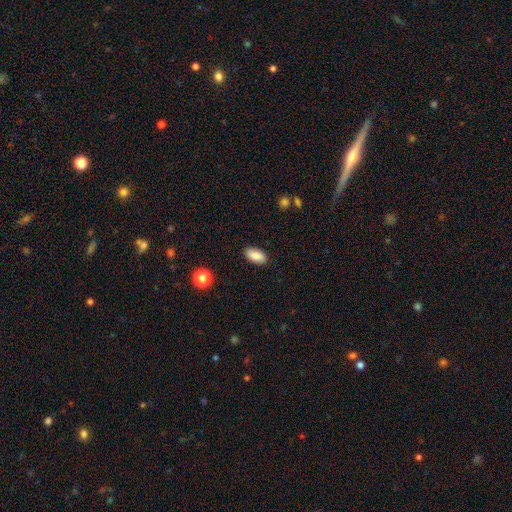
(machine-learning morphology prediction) A smooth galaxy with no disk features (87%) that is in between round and cigar-shaped (92%). Merging: none (89%).